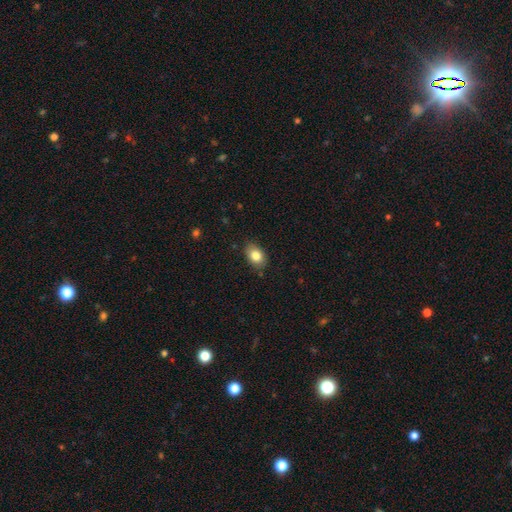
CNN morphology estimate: Overall: smooth (83%). How rounded: in between (80%). Merging: none (82%).